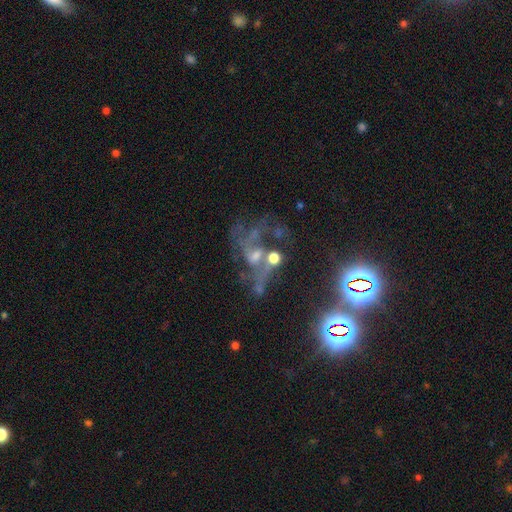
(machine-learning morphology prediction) This appears to be a featured or disk galaxy (57%) with no bar (64%), spiral arms (71%) and a small central bulge (41%). Merging: none (37%).